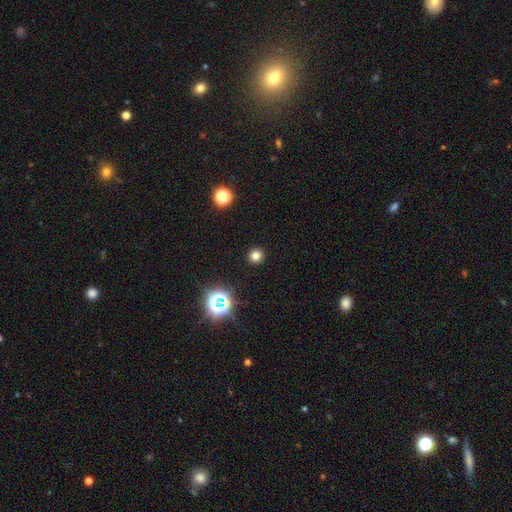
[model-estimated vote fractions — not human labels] A smooth galaxy with no disk features (76%) that is round (92%). Merging: none (92%).